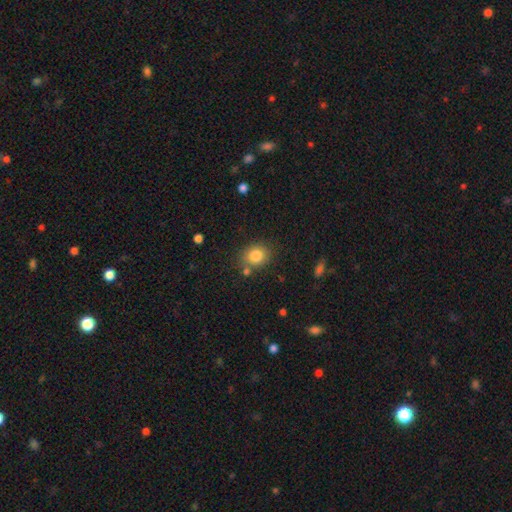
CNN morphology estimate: Overall: smooth (83%). How rounded: round (60%; in between 39%). Merging: none (75%).